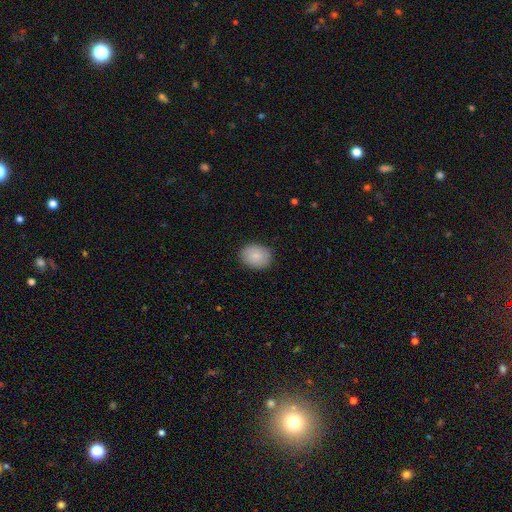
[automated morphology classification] A smooth galaxy with no disk features (86%) that is in between round and cigar-shaped (53%).

Vote fractions:
- Smooth or featured? smooth: 86% / featured or disk: 7% / star or artifact: 7%
- How rounded? in between: 53% / round: 46% / cigar-shaped: 1%
- Merging? none: 87% / minor disturbance: 10% / major disturbance: 2% / merger: 1%